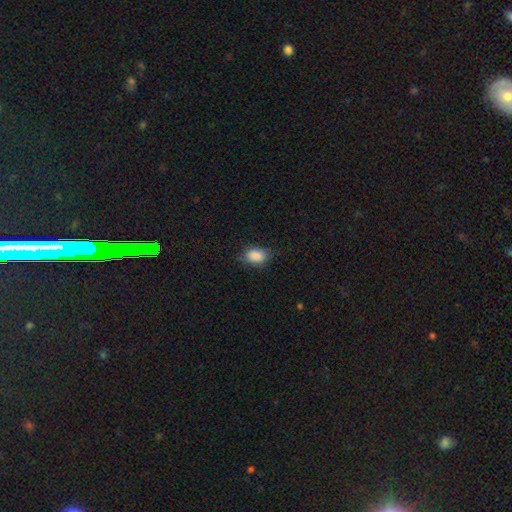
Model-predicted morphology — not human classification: Overall: smooth (87%). How rounded: in between (86%). Merging: none (77%).